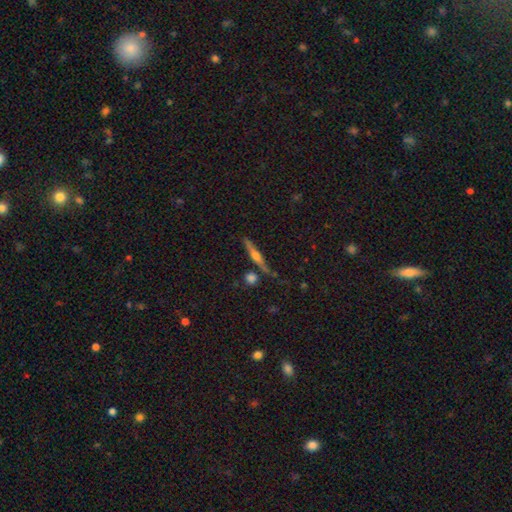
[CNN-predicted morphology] Overall: featured or disk (67%). Edge-on disk: yes (97%). Edge-on bulge: rounded (89%). Merging: none (80%).